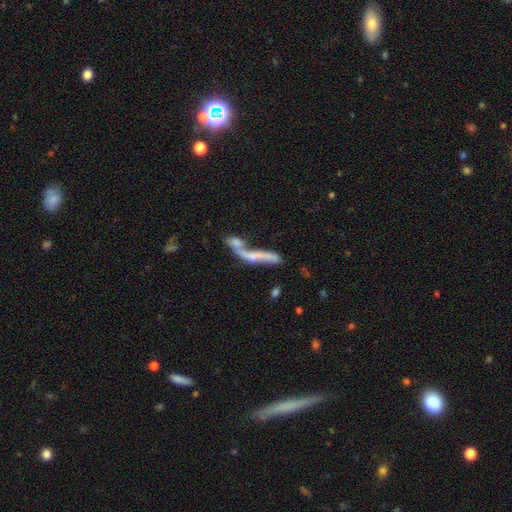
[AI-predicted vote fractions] smooth-or-featured: featured or disk: 54% | smooth: 35% | star or artifact: 11%
  disk-edge-on: no: 61% | yes: 39%
  merging: merger: 58% | none: 19% | major disturbance: 14% | minor disturbance: 10%